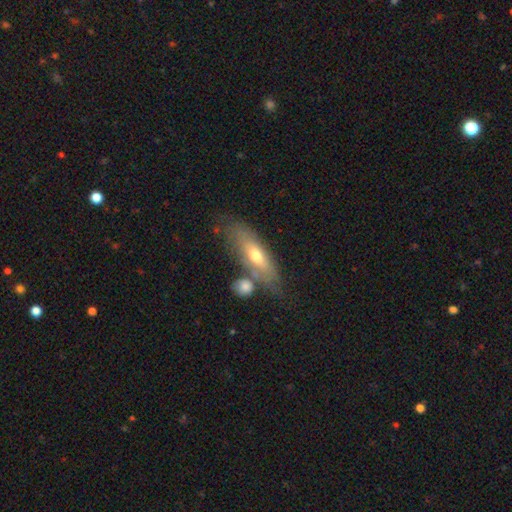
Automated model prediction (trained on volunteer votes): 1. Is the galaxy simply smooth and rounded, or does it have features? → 51% smooth, 43% featured or disk, 6% star or artifact.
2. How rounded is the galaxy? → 52% in between, 45% cigar-shaped, 3% round.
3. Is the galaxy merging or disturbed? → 55% none, 20% merger, 18% minor disturbance, 7% major disturbance.